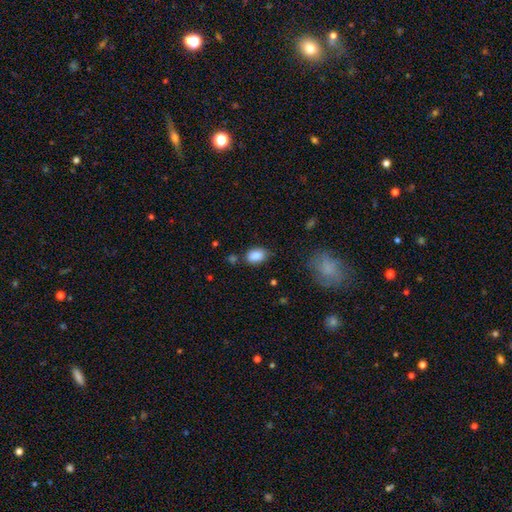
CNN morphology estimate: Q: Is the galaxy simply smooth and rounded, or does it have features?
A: smooth — 87%.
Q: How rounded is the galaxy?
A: in between — 82%.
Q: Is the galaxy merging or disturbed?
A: none — 75%.